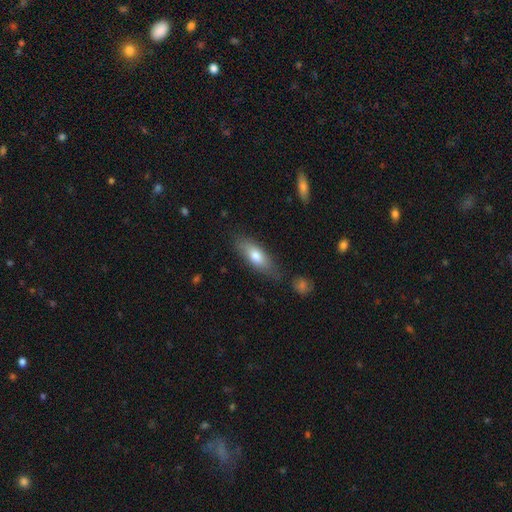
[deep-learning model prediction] smooth_or_featured: smooth (p=0.73) [alt: featured or disk p=0.21]
how_rounded: in between (p=0.67) [alt: cigar-shaped p=0.31]
merging: none (p=0.73) [alt: minor disturbance p=0.18]